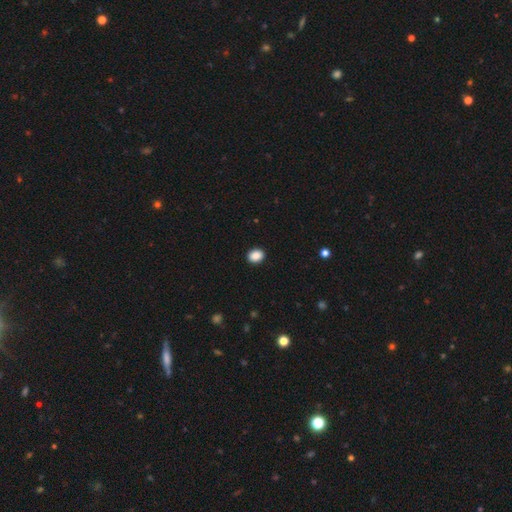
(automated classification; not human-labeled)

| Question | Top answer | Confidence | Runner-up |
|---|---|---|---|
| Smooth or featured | smooth | 89% | star or artifact (8%) |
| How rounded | in between | 55% | round (44%) |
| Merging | none | 91% | minor disturbance (6%) |